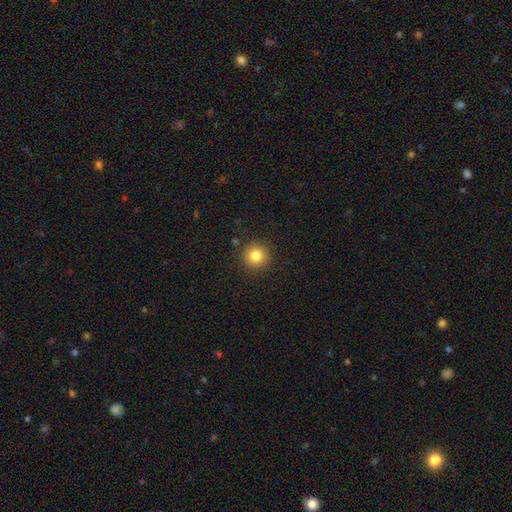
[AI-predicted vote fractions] Smooth or featured?
  - smooth: 82% *
  - star or artifact: 12%
  - featured or disk: 6%
How rounded?
  - round: 95% *
  - in between: 4%
  - cigar-shaped: 1%
Merging?
  - none: 91% *
  - minor disturbance: 6%
  - major disturbance: 2%
  - merger: 1%